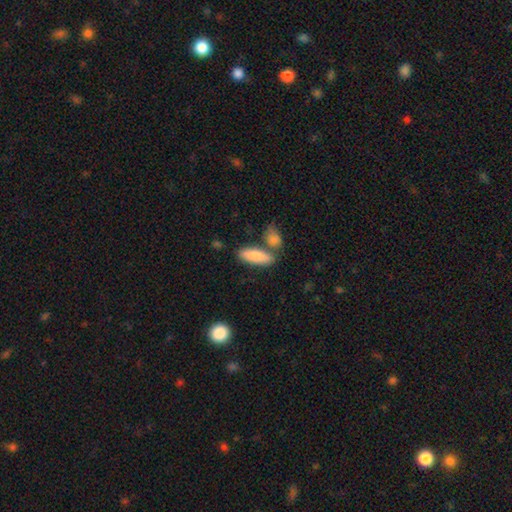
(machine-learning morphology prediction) Smooth or featured?
  - smooth: 84% *
  - featured or disk: 10%
  - star or artifact: 6%
How rounded?
  - in between: 62% *
  - cigar-shaped: 36%
  - round: 3%
Merging?
  - none: 65% *
  - merger: 20%
  - minor disturbance: 12%
  - major disturbance: 4%